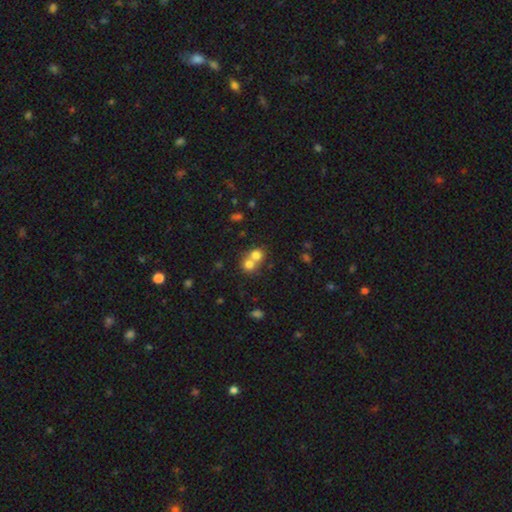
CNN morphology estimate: smooth-or-featured: smooth: 74% | featured or disk: 14% | star or artifact: 12%
  how-rounded: round: 81% | in between: 18% | cigar-shaped: 1%
  merging: merger: 63% | none: 30% | minor disturbance: 4% | major disturbance: 2%